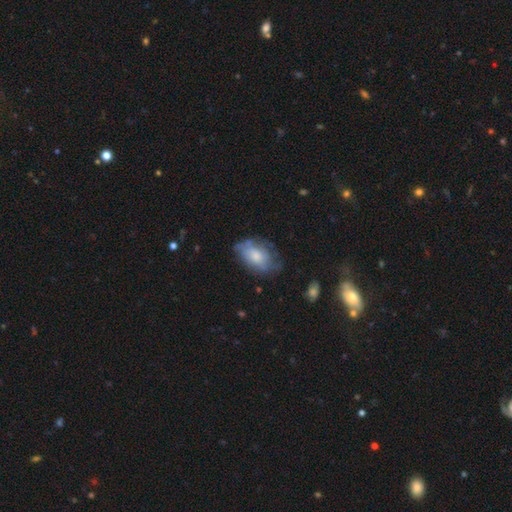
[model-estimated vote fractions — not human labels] smooth-or-featured: smooth: 56% | featured or disk: 37% | star or artifact: 7%
  how-rounded: in between: 88% | round: 10% | cigar-shaped: 2%
  merging: none: 53% | minor disturbance: 30% | major disturbance: 15% | merger: 2%